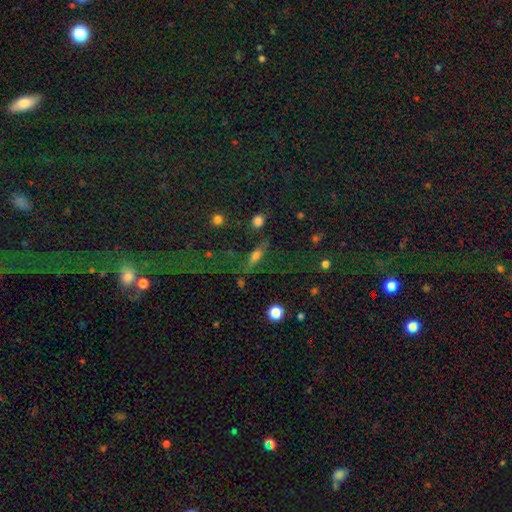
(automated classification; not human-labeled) The model was most divided on "smooth or featured": featured or disk: 52%, smooth: 35%, star or artifact: 13%. More confident: edge-on disk — yes (86%); merging — none (74%).